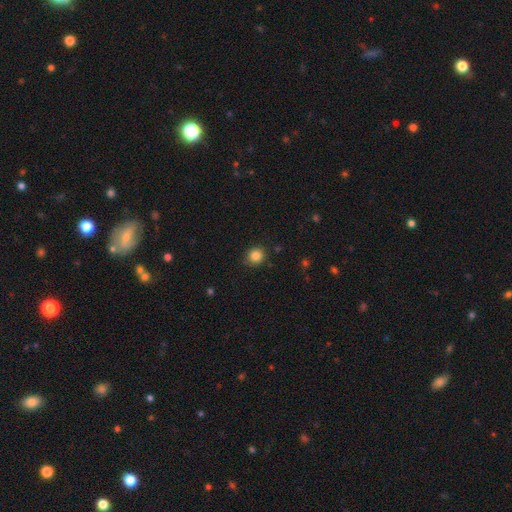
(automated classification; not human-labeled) This appears to be a smooth galaxy with no disk features (85%) that is round (88%). Merging: none (85%).